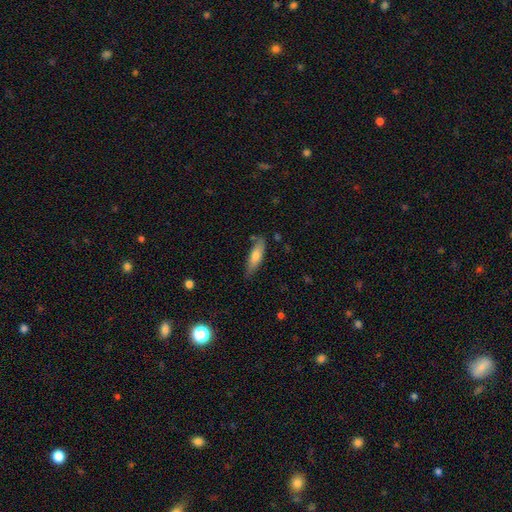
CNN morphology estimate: smooth 66%, featured or disk 28%, star or artifact 6%. Down the decision tree: how rounded — cigar-shaped (60%); merging — none (75%).